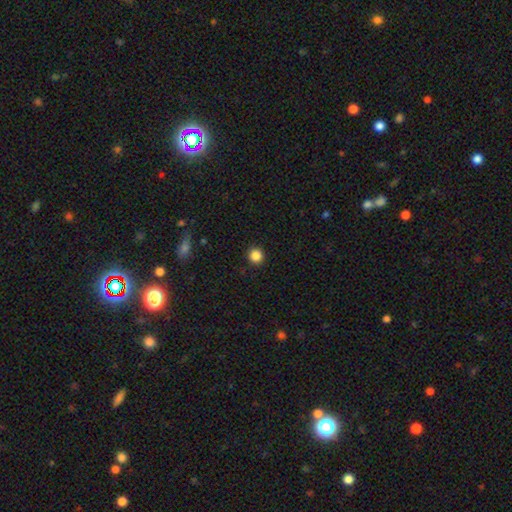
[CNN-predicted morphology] type=smooth (86%); roundness=round (94%); merging=none (92%).